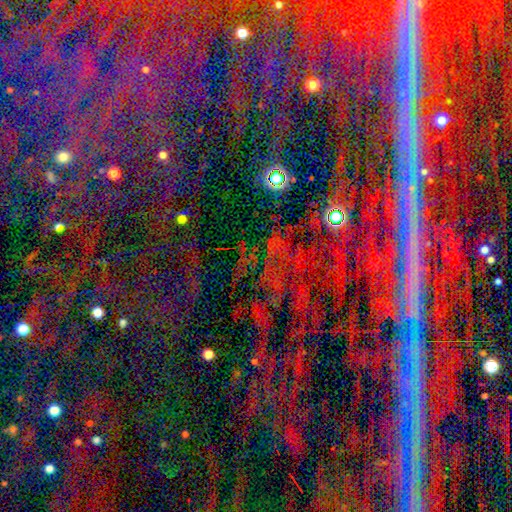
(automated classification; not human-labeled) This is likely a star or artifact rather than a galaxy (79%).